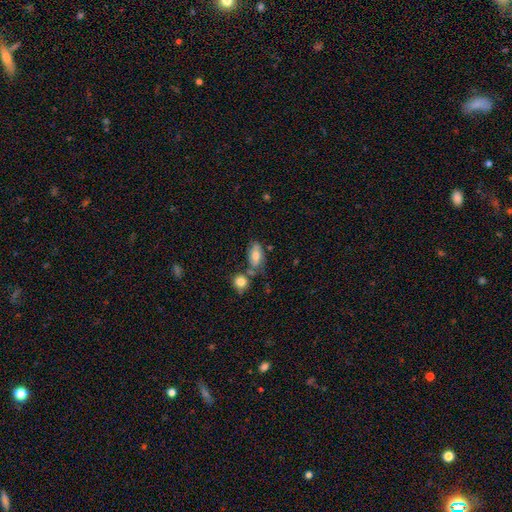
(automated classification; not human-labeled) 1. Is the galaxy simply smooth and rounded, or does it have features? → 67% smooth, 25% featured or disk, 8% star or artifact.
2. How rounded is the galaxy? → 88% in between, 6% round, 5% cigar-shaped.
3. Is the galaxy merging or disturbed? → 57% none, 20% minor disturbance, 17% merger, 6% major disturbance.